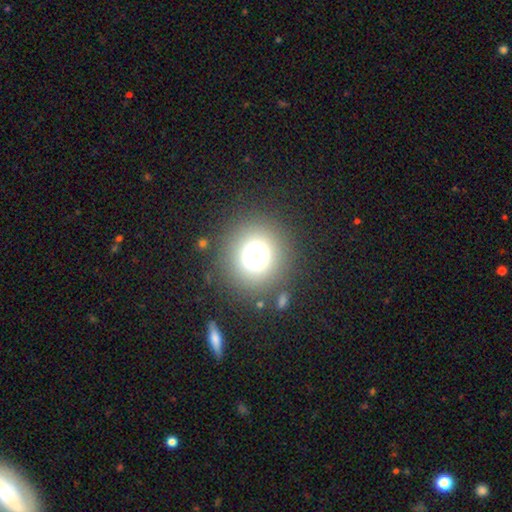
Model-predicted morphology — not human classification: This appears to be a smooth galaxy with no disk features (65%) that is round (88%). Merging: none (83%).